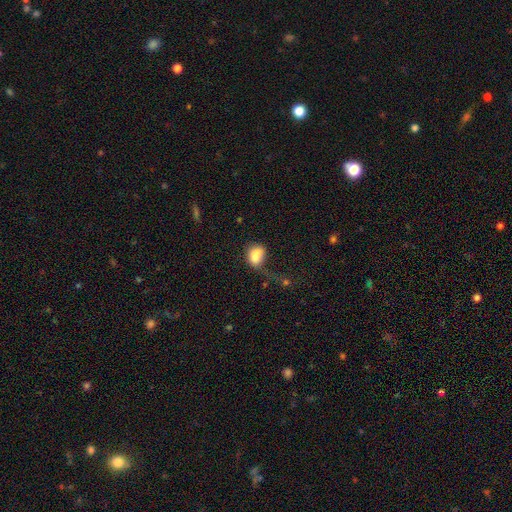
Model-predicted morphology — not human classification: Overall: smooth (79%). How rounded: in between (70%). Merging: major disturbance (30%; none 29%).